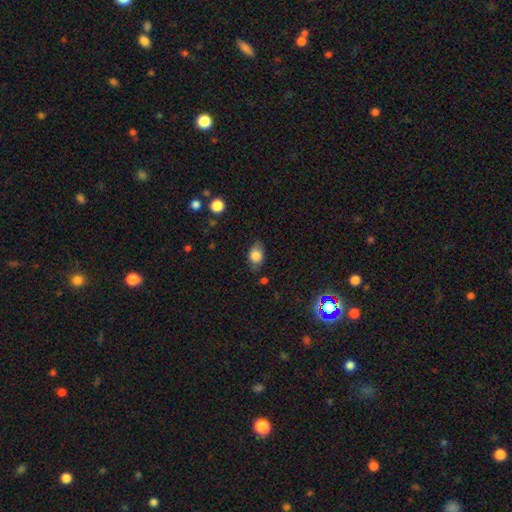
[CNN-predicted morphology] This is clearly a smooth galaxy (81%). How rounded: likely in between (72%). Merging: likely none (70%).